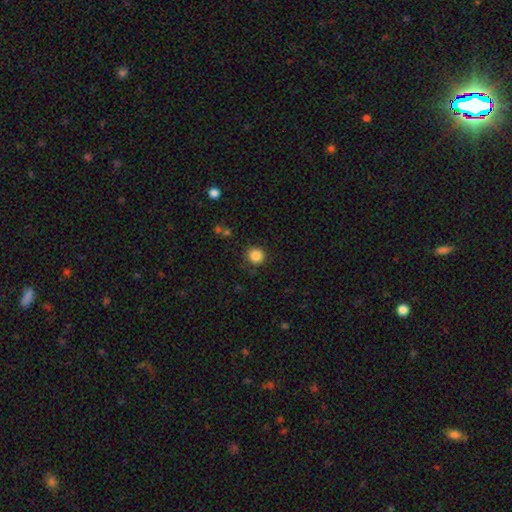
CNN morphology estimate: type=smooth (86%); roundness=round (90%); merging=none (87%).